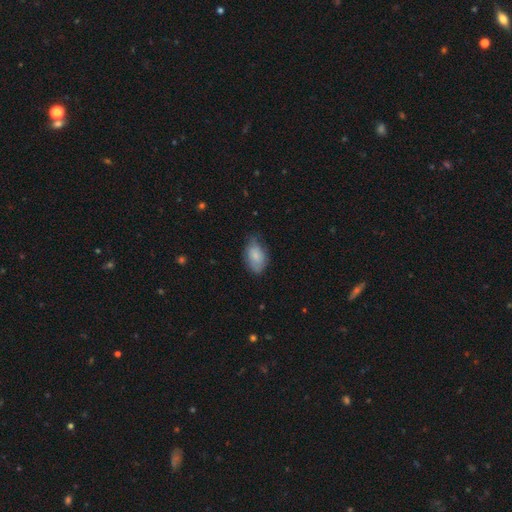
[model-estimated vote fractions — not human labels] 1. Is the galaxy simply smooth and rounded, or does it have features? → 77% smooth, 17% featured or disk, 7% star or artifact.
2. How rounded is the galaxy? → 91% in between, 8% round, 2% cigar-shaped.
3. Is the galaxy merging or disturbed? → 58% none, 32% minor disturbance, 8% major disturbance, 1% merger.